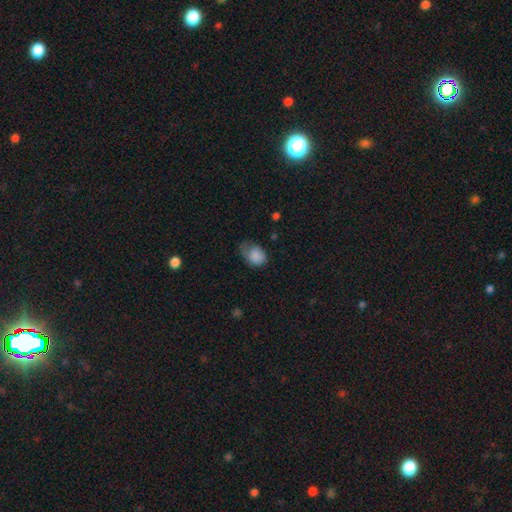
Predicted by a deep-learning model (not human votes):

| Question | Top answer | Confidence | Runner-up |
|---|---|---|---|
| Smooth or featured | smooth | 83% | featured or disk (9%) |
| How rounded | in between | 62% | round (37%) |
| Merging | minor disturbance | 40% | none (33%) |